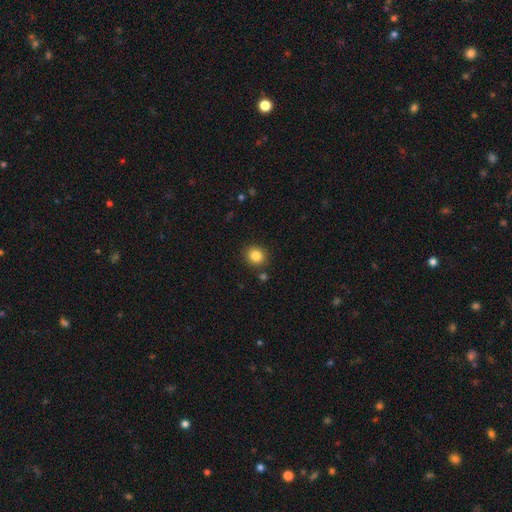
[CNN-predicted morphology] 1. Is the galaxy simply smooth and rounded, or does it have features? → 85% smooth, 10% star or artifact, 5% featured or disk.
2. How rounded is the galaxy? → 78% round, 21% in between, 1% cigar-shaped.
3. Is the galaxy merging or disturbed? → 87% none, 8% minor disturbance, 3% merger, 2% major disturbance.